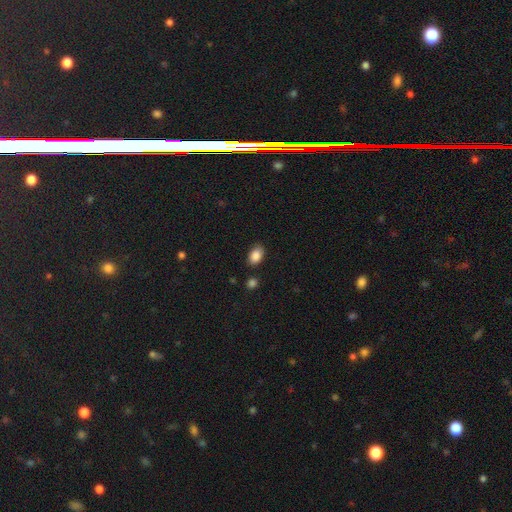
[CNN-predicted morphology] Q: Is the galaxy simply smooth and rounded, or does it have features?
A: smooth — 88%.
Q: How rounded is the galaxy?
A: in between — 86%.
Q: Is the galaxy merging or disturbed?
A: none — 82%.